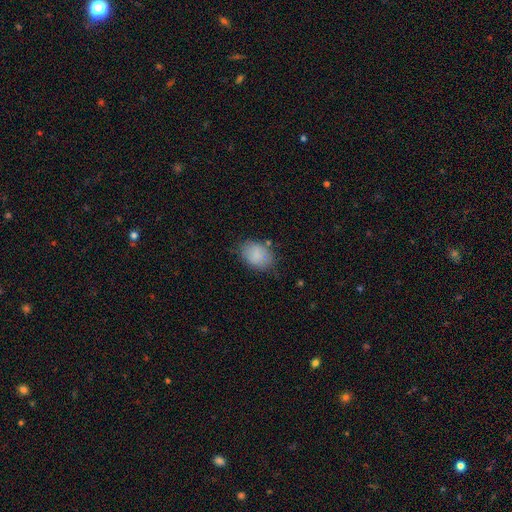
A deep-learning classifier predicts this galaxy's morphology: The model was most divided on "merging": none: 70%, minor disturbance: 22%, major disturbance: 5%, merger: 3%. More confident: smooth or featured — smooth (83%); how rounded — in between (77%).